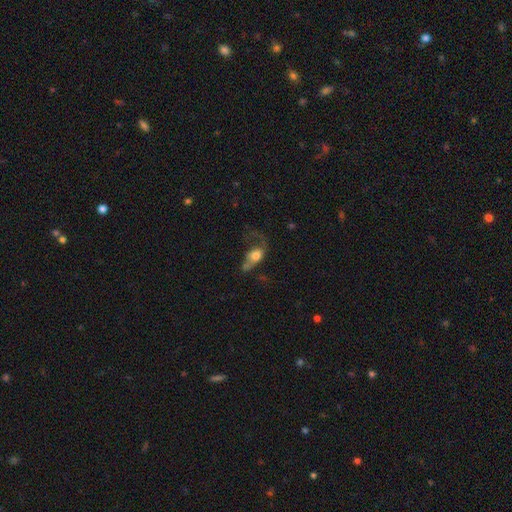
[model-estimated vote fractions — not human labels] smooth 53%, featured or disk 38%, star or artifact 9%. Down the decision tree: how rounded — in between (74%); merging — major disturbance (58%).